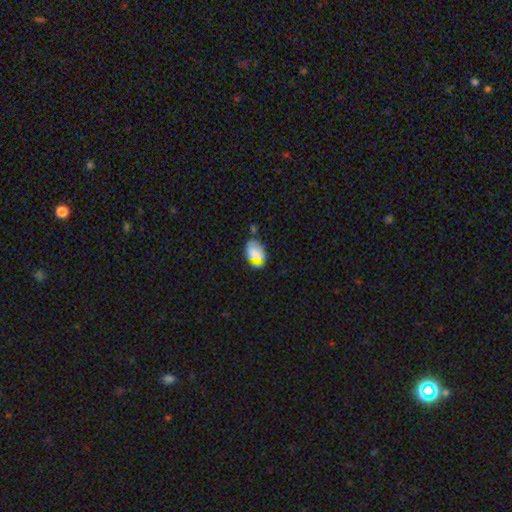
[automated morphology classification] This appears to be a smooth galaxy with no disk features (71%) that is in between round and cigar-shaped (85%). Merging: none (56%).